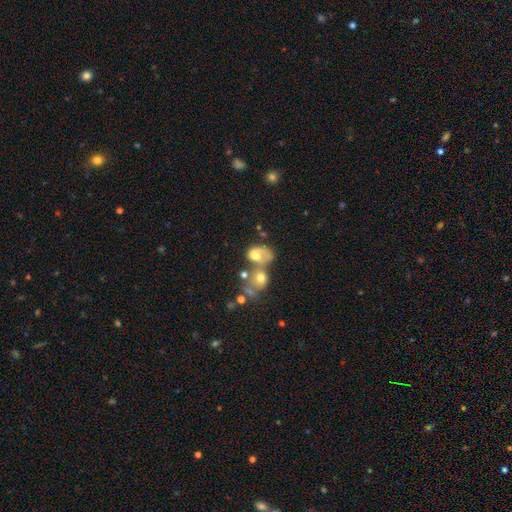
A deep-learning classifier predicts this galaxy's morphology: Overall: smooth (51%; featured or disk 39%). How rounded: in between (68%; round 31%). Merging: merger (60%).